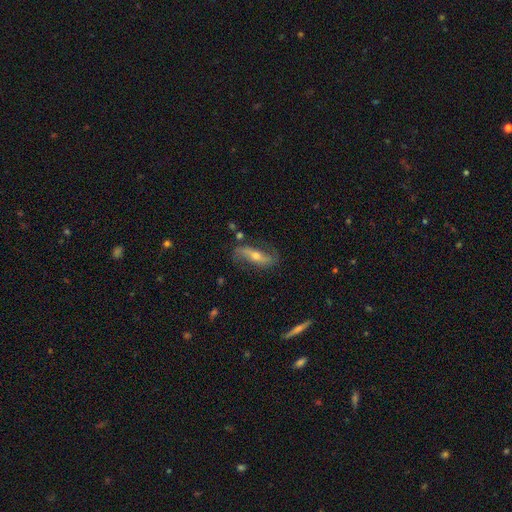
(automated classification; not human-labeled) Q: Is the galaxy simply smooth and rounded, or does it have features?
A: featured or disk — 74%.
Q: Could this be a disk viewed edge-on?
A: no — 77%.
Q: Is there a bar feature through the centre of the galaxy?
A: strong — 40%.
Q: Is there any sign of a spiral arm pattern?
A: yes — 87%.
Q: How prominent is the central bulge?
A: moderate — 51%.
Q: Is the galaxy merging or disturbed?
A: none — 71%.